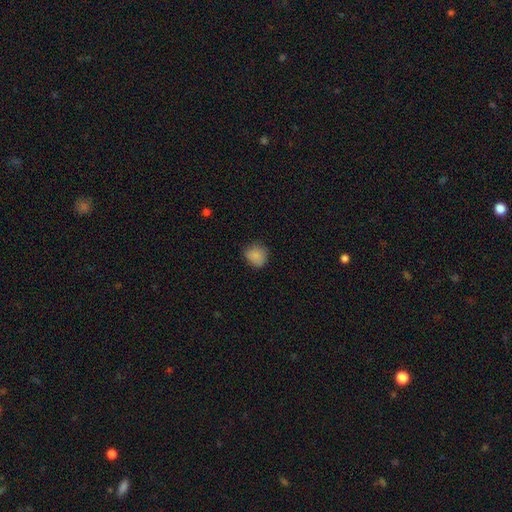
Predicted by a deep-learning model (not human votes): This is clearly a smooth galaxy (85%). How rounded: likely round (79%). Merging: likely none (73%).